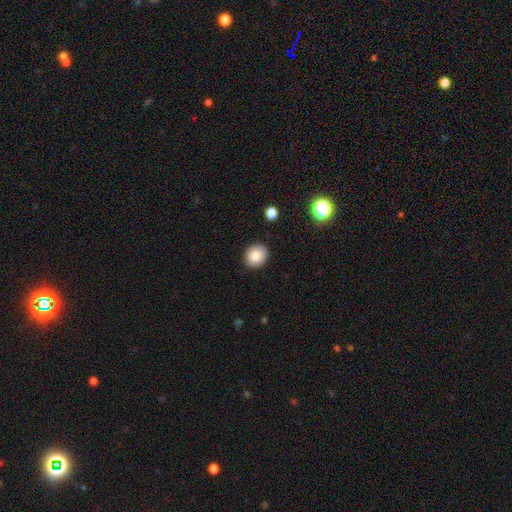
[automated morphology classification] A smooth galaxy with no disk features (84%) that is round (65%).

Vote fractions:
- Smooth or featured? smooth: 84% / star or artifact: 9% / featured or disk: 7%
- How rounded? round: 65% / in between: 34% / cigar-shaped: 1%
- Merging? none: 87% / minor disturbance: 9% / major disturbance: 2% / merger: 1%